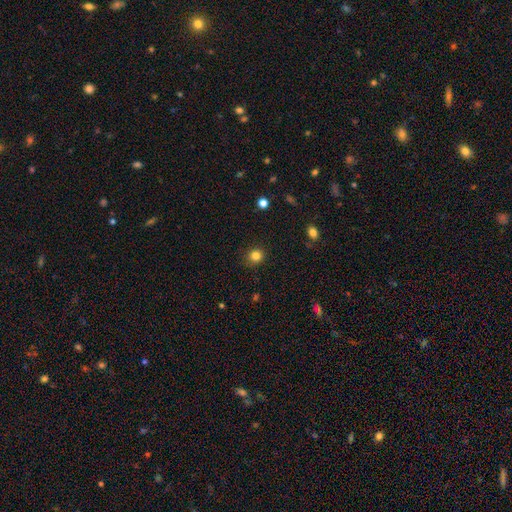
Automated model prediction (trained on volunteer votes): smooth_or_featured: smooth (p=0.82) [alt: star or artifact p=0.13]
how_rounded: round (p=0.84) [alt: in between p=0.15]
merging: none (p=0.87) [alt: minor disturbance p=0.10]